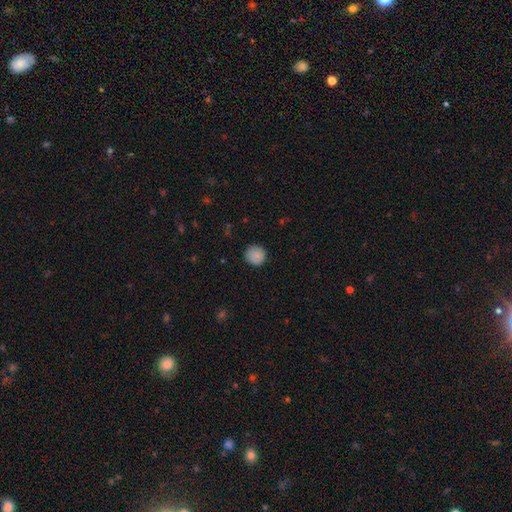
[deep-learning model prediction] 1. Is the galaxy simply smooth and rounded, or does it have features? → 87% smooth, 8% star or artifact, 5% featured or disk.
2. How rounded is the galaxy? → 93% round, 6% in between, 1% cigar-shaped.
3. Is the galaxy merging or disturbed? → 87% none, 10% minor disturbance, 2% major disturbance, 1% merger.